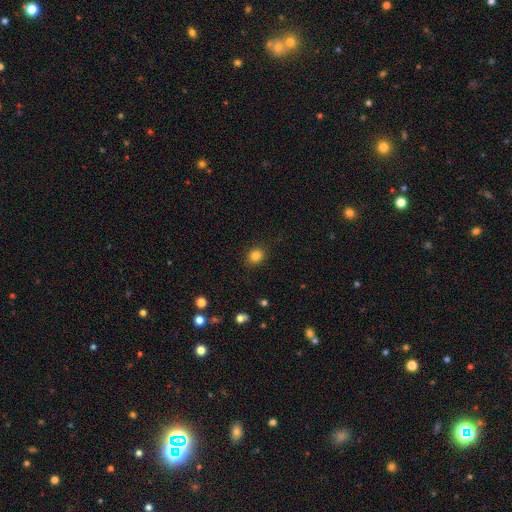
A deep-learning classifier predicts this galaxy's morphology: smooth-or-featured: smooth: 83% | star or artifact: 12% | featured or disk: 5%
  how-rounded: round: 71% | in between: 28% | cigar-shaped: 1%
  merging: none: 89% | minor disturbance: 8% | major disturbance: 2% | merger: 1%